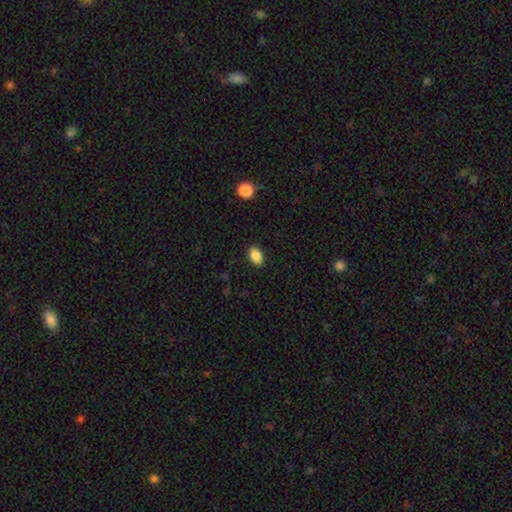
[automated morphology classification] smooth-or-featured: smooth: 86% | star or artifact: 9% | featured or disk: 6%
  how-rounded: in between: 89% | round: 10% | cigar-shaped: 2%
  merging: none: 89% | minor disturbance: 8% | major disturbance: 2% | merger: 1%